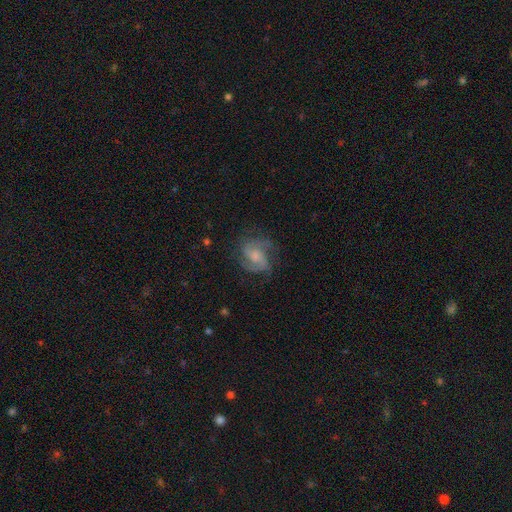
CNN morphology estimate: The model was most divided on "bulge size": small: 43%, moderate: 37%, none: 12%, large: 6%, dominant: 1%. More confident: edge-on disk — no (98%); spiral arms — yes (94%); smooth or featured — featured or disk (78%); merging — none (66%); bar — no (56%); spiral winding — medium (52%); spiral arm count — 2 (50%).